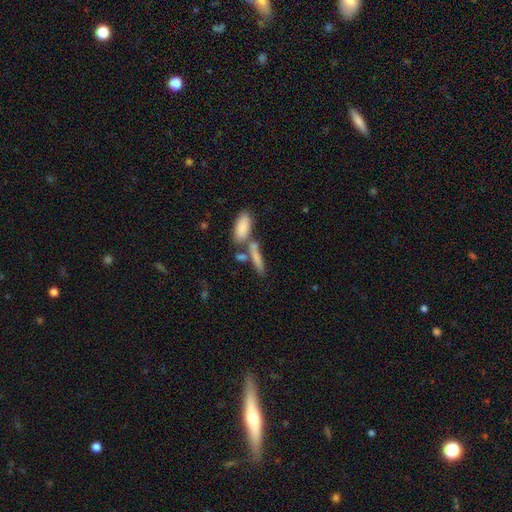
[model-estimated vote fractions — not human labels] Smooth or featured? smooth (74%)
How rounded? cigar-shaped (63%)
Merging? none (51%)